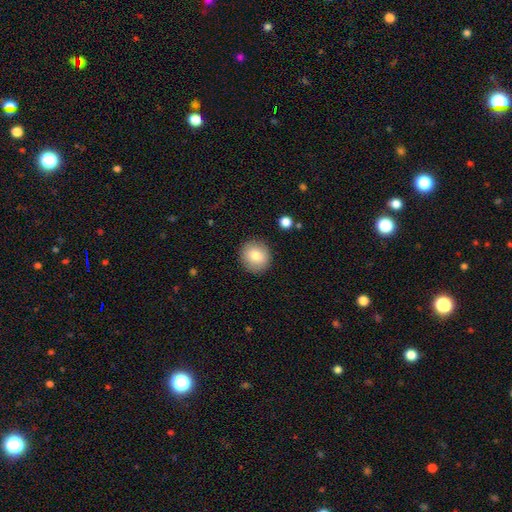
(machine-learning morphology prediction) Smooth or featured: smooth — 83% (featured or disk — 9%)
How rounded: round — 88% (in between — 11%)
Merging: none — 90% (minor disturbance — 7%)